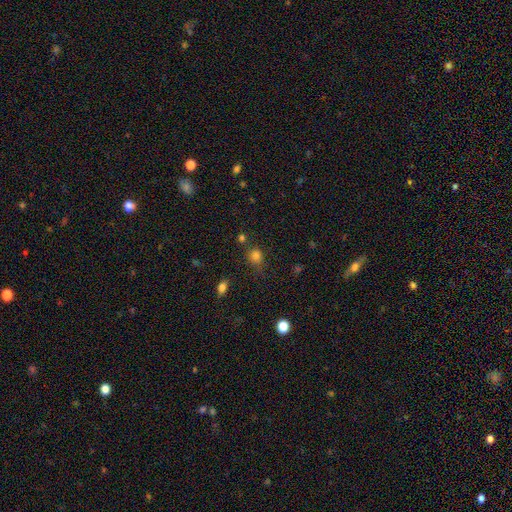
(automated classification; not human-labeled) A smooth galaxy with no disk features (79%) that is round (78%).

Vote fractions:
- Smooth or featured? smooth: 79% / star or artifact: 15% / featured or disk: 5%
- How rounded? round: 78% / in between: 20% / cigar-shaped: 1%
- Merging? none: 70% / minor disturbance: 17% / merger: 6% / major disturbance: 6%